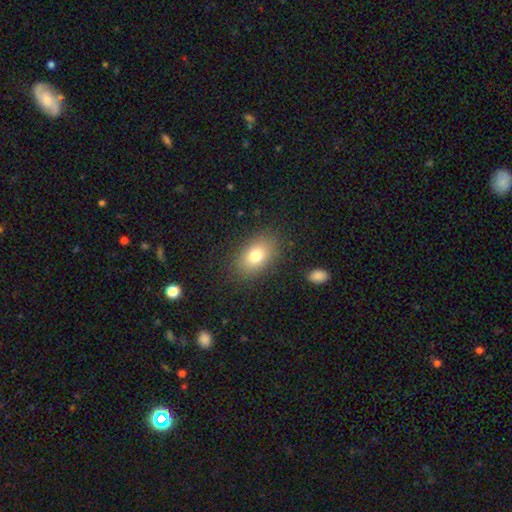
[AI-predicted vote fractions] A smooth galaxy with no disk features (78%) that is in between round and cigar-shaped (84%). Merging: none (85%).